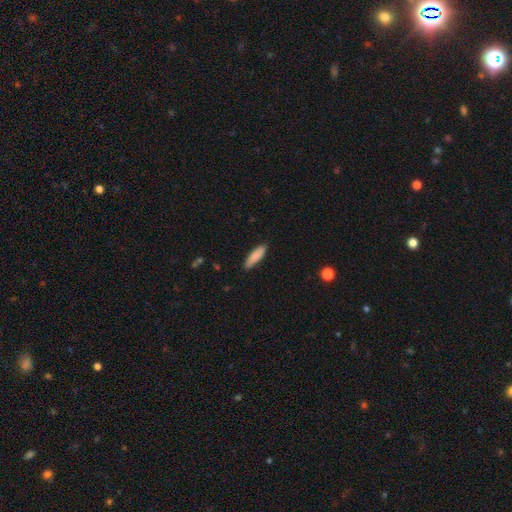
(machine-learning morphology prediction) A smooth galaxy with no disk features (87%) that is cigar-shaped (57%). Merging: none (83%).